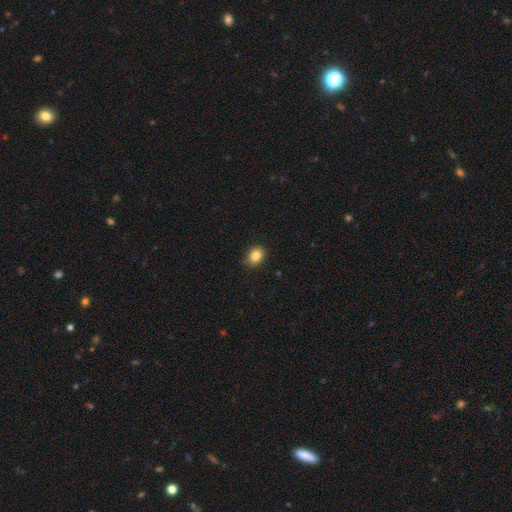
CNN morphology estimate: A smooth galaxy with no disk features (85%) that is in between round and cigar-shaped (51%). Merging: none (83%).